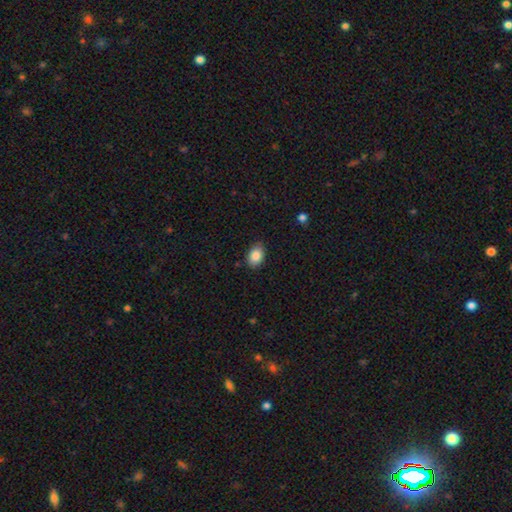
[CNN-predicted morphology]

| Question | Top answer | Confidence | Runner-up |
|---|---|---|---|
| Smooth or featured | smooth | 88% | star or artifact (8%) |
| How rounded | in between | 82% | round (16%) |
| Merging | none | 82% | minor disturbance (14%) |